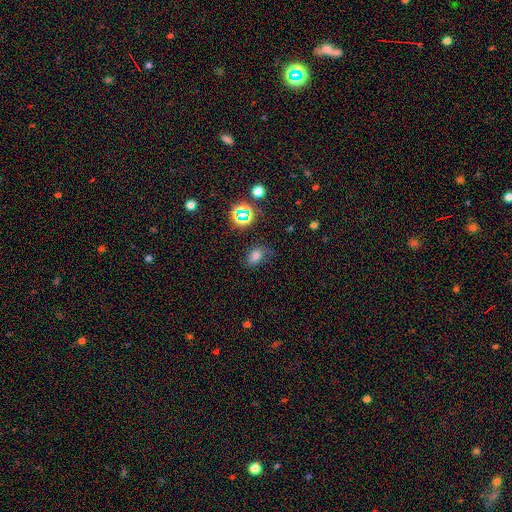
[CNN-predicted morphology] Smooth or featured?
  - smooth: 65% *
  - star or artifact: 23%
  - featured or disk: 12%
How rounded?
  - in between: 79% *
  - round: 19%
  - cigar-shaped: 2%
Merging?
  - none: 55% *
  - minor disturbance: 28%
  - major disturbance: 14%
  - merger: 3%